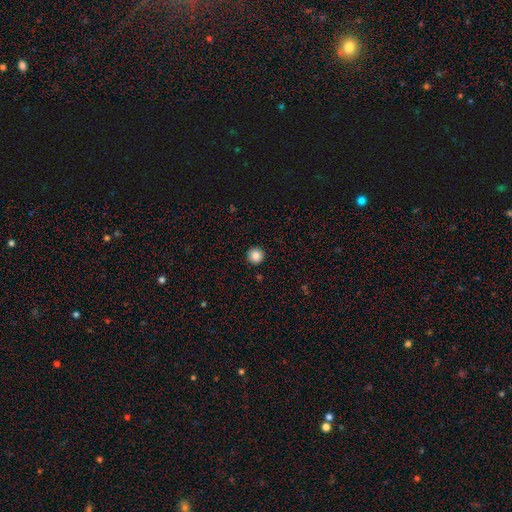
smooth_or_featured: smooth (p=0.92) [alt: star or artifact p=0.05]
how_rounded: round (p=0.86) [alt: in between p=0.14]
merging: none (p=0.89) [alt: minor disturbance p=0.08]